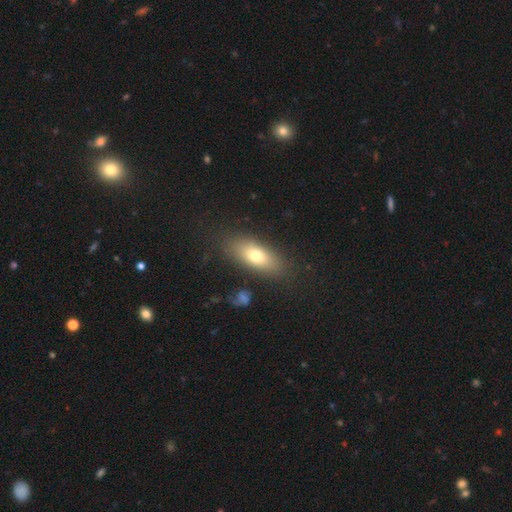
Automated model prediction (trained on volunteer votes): This is likely a smooth galaxy (73%). How rounded: likely in between (76%). Merging: clearly none (82%).